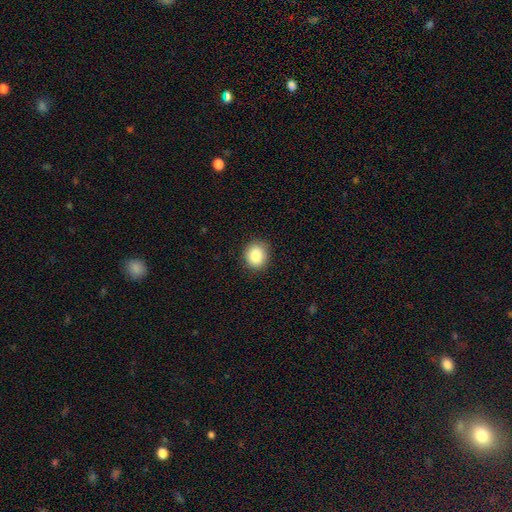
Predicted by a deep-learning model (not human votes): Q: Smooth or featured?
A: smooth (87%); runner-up: star or artifact (8%)
Q: How rounded?
A: round (74%); runner-up: in between (26%)
Q: Merging?
A: none (87%); runner-up: minor disturbance (10%)